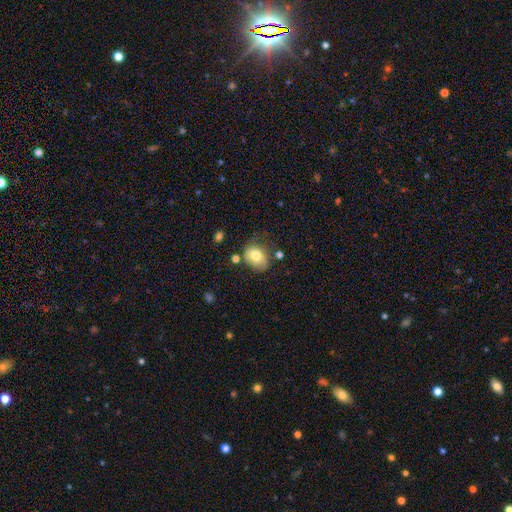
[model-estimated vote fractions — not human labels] The model was most divided on "how rounded": in between: 54%, round: 45%, cigar-shaped: 1%. More confident: smooth or featured — smooth (74%); merging — none (57%).